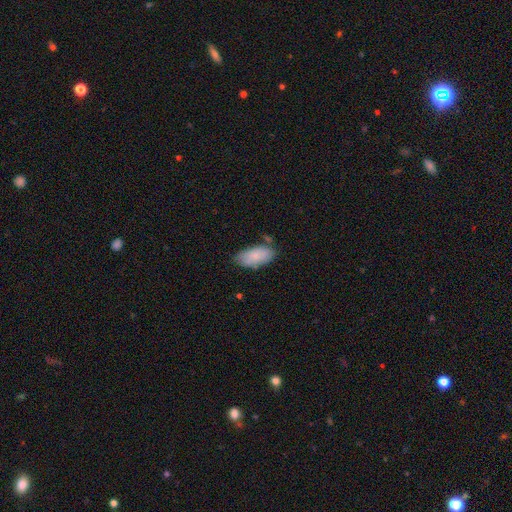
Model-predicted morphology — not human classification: This is clearly a smooth galaxy (82%). How rounded: clearly in between (92%). Merging: likely none (70%).